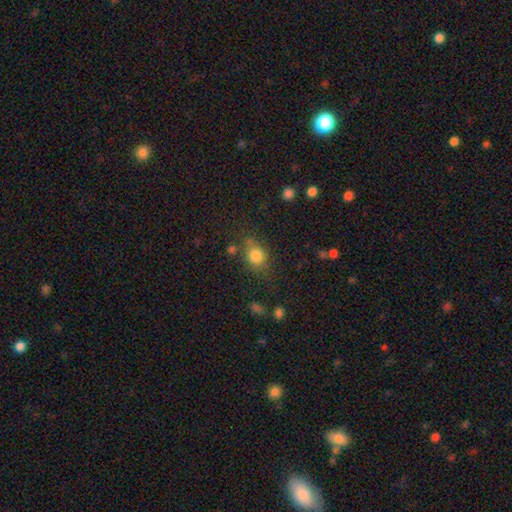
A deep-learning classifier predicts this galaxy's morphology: Smooth or featured? Predicted: smooth (p=0.81). How rounded? Predicted: round (p=0.59). Merging? Predicted: none (p=0.68).